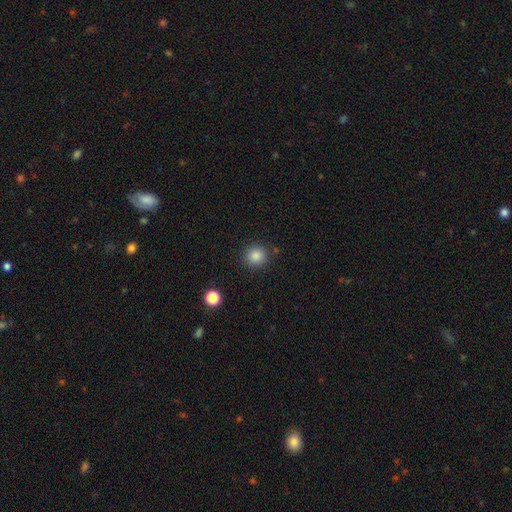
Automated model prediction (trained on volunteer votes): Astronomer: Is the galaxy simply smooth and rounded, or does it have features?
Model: smooth — 85%.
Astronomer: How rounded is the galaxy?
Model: round — 90%.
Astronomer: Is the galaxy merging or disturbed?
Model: none — 87%.